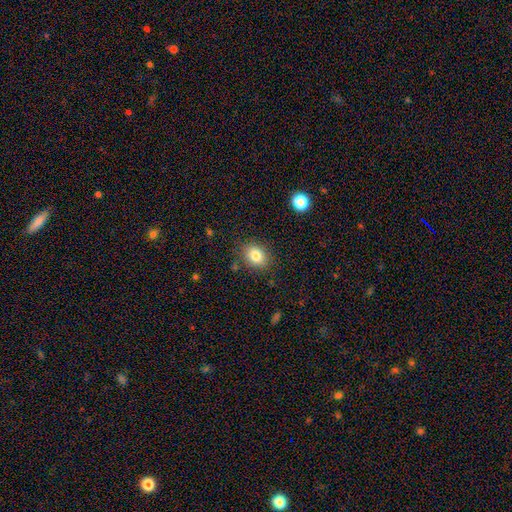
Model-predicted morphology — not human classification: A smooth galaxy with no disk features (83%) that is in between round and cigar-shaped (57%).

Vote fractions:
- Smooth or featured? smooth: 83% / star or artifact: 9% / featured or disk: 8%
- How rounded? in between: 57% / round: 42% / cigar-shaped: 1%
- Merging? none: 84% / minor disturbance: 11% / major disturbance: 3% / merger: 2%